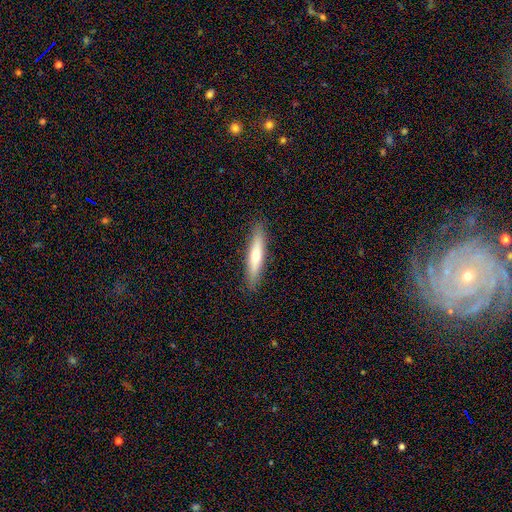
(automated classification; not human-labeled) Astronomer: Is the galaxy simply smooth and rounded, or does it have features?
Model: smooth — 53% (runner-up: featured or disk, 42%).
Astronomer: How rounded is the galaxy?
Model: cigar-shaped — 89%.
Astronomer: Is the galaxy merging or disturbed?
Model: none — 91%.